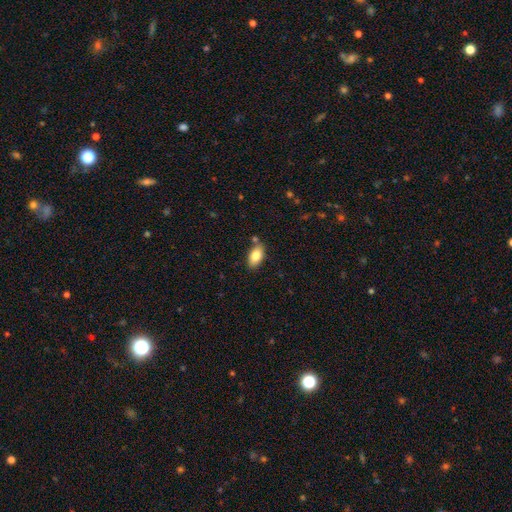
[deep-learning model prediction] Smooth or featured? Predicted: smooth (p=0.82). How rounded? Predicted: in between (p=0.92). Merging? Predicted: none (p=0.77).